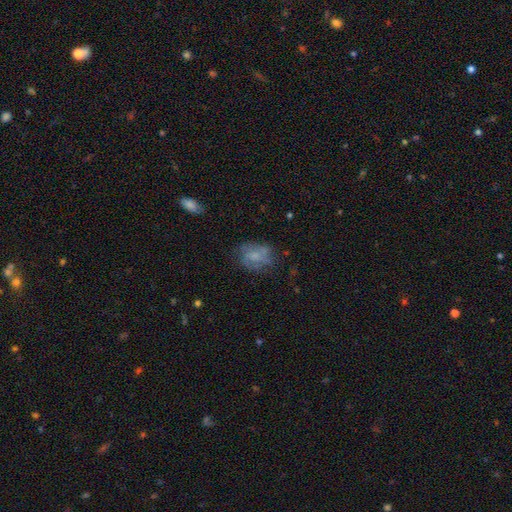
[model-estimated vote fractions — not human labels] Smooth or featured?
  - smooth: 52% *
  - featured or disk: 37%
  - star or artifact: 11%
How rounded?
  - in between: 68% *
  - round: 30%
  - cigar-shaped: 2%
Merging?
  - none: 56% *
  - minor disturbance: 25%
  - major disturbance: 16%
  - merger: 3%